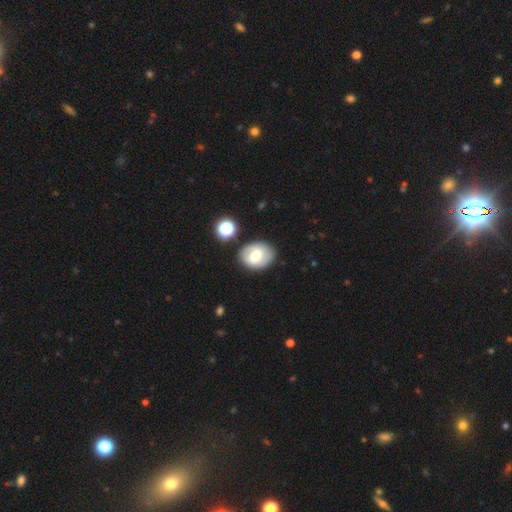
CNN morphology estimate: A smooth galaxy with no disk features (49%). Merging: none (79%).